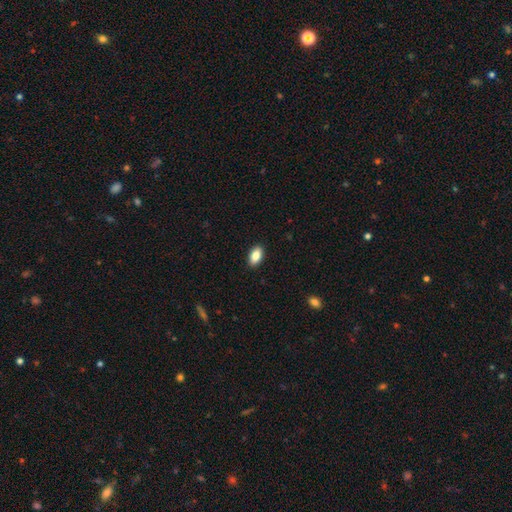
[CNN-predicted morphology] smooth 86%, star or artifact 7%, featured or disk 7%. Down the decision tree: how rounded — in between (93%); merging — none (90%).